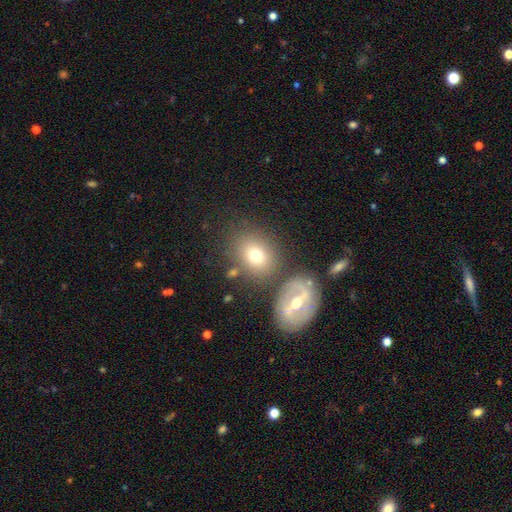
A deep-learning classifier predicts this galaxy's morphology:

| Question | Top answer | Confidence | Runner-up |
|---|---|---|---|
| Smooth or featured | smooth | 70% | featured or disk (20%) |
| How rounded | round | 49% | tied: in between (49%) |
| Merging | none | 66% | merger (15%) |